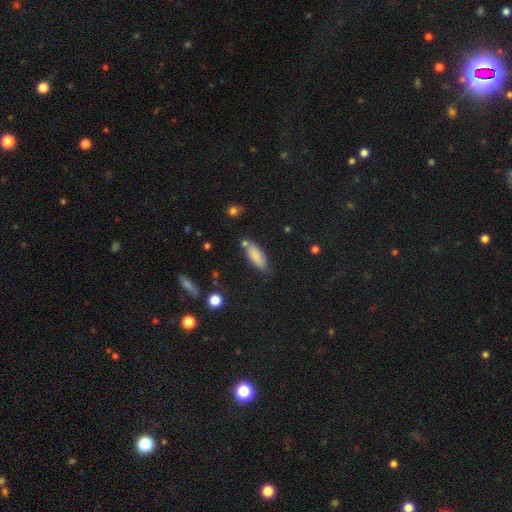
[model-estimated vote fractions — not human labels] Smooth or featured?
  - smooth: 83% *
  - featured or disk: 10%
  - star or artifact: 7%
How rounded?
  - in between: 69% *
  - cigar-shaped: 29%
  - round: 2%
Merging?
  - none: 69% *
  - minor disturbance: 18%
  - merger: 8%
  - major disturbance: 4%